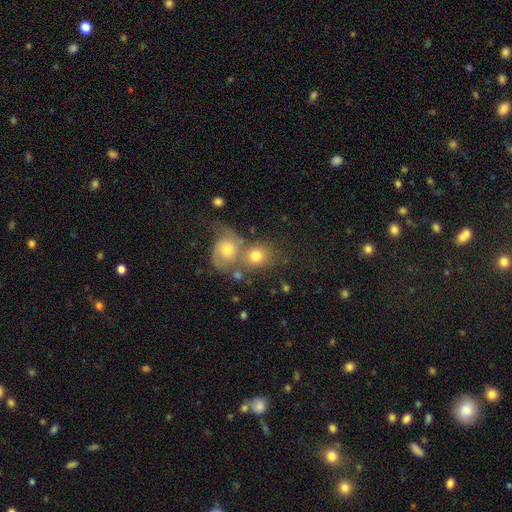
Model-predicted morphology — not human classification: A smooth galaxy with no disk features (57%) that is round (65%). Merging: merger (59%).